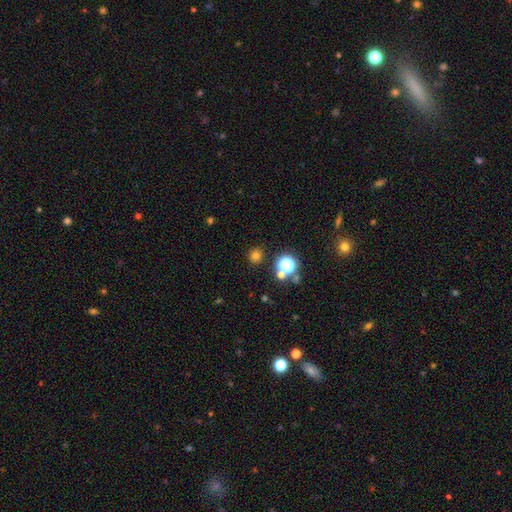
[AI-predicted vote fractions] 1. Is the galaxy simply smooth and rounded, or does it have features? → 73% smooth, 21% star or artifact, 6% featured or disk.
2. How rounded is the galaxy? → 92% round, 7% in between, 1% cigar-shaped.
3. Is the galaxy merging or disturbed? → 87% none, 6% minor disturbance, 4% merger, 3% major disturbance.